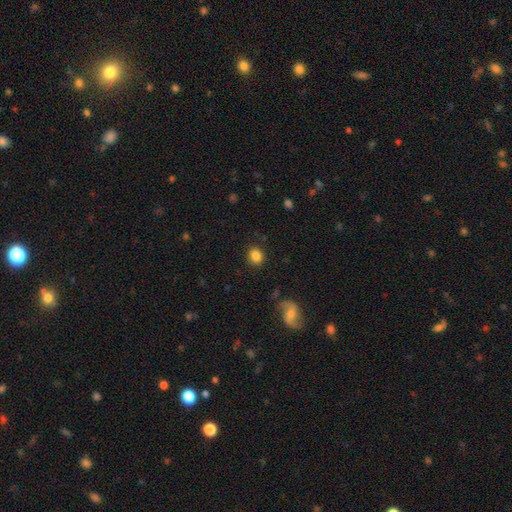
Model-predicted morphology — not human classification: Overall: smooth (83%). How rounded: round (73%). Merging: none (86%).